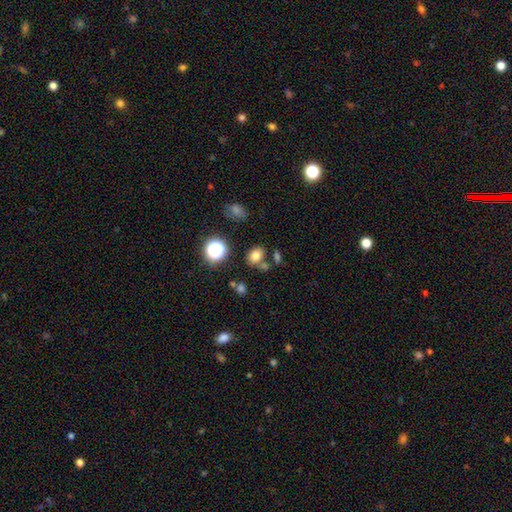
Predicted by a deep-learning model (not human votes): Smooth or featured? smooth (76%)
How rounded? in between (63%)
Merging? none (67%)